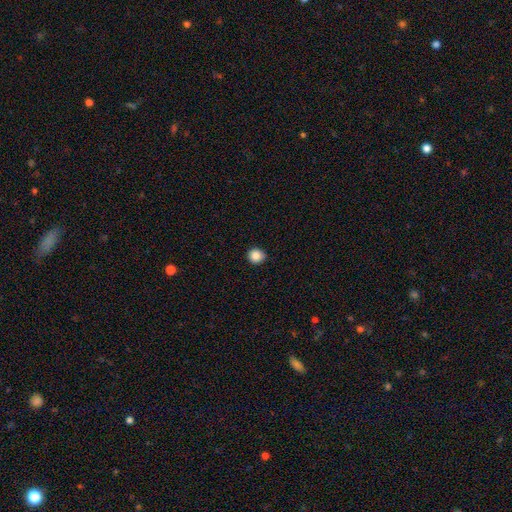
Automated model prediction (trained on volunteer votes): Overall: smooth (87%). How rounded: round (89%). Merging: none (90%).